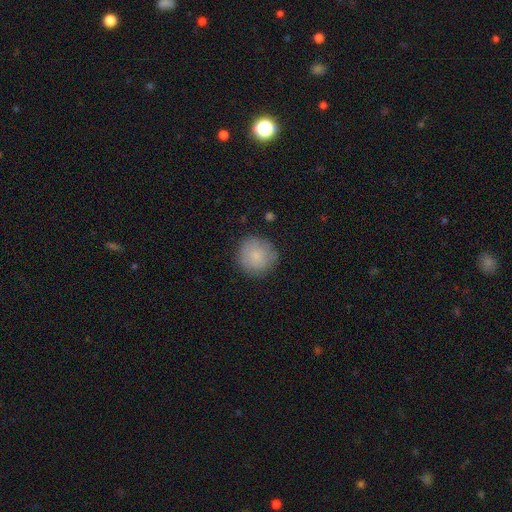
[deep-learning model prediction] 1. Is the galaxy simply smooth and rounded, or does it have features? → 79% smooth, 14% featured or disk, 7% star or artifact.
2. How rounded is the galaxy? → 93% round, 6% in between, 1% cigar-shaped.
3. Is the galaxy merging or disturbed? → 82% none, 13% minor disturbance, 3% major disturbance, 1% merger.